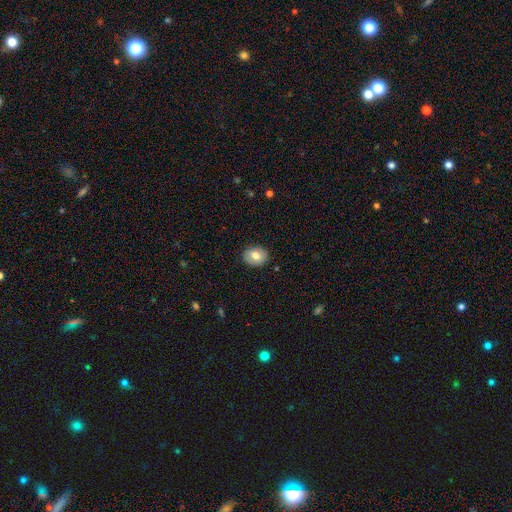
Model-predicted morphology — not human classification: Smooth or featured: smooth — 75% (featured or disk — 17%)
How rounded: in between — 54% (round — 45%)
Merging: none — 86% (minor disturbance — 11%)